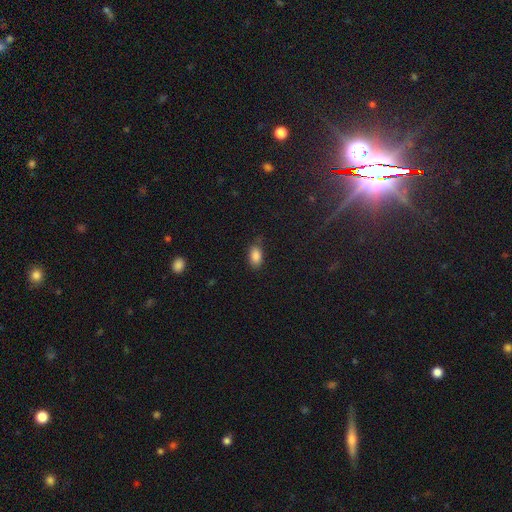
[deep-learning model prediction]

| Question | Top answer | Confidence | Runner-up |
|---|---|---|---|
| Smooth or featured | smooth | 86% | star or artifact (9%) |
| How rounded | in between | 90% | round (7%) |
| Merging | none | 75% | minor disturbance (20%) |